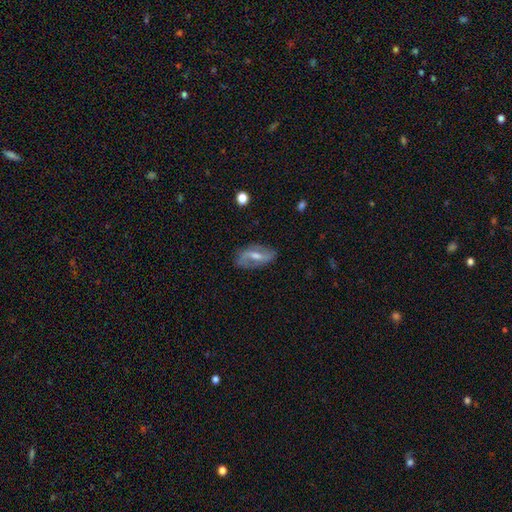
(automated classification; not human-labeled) featured or disk 65%, smooth 28%, star or artifact 7%. Down the decision tree: edge-on disk — no (90%); bar — weak (46%); spiral arms — yes (79%); bulge size — moderate (60%); merging — none (77%).